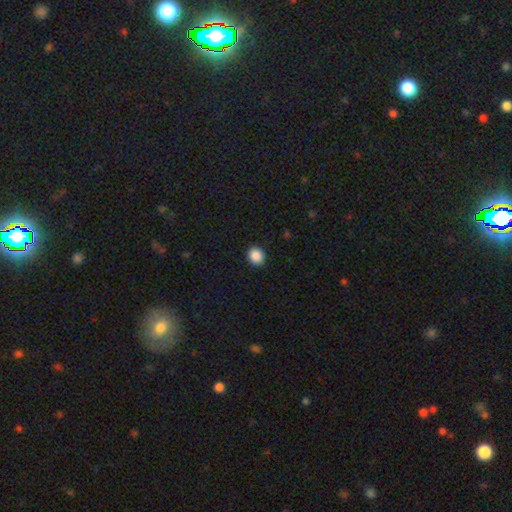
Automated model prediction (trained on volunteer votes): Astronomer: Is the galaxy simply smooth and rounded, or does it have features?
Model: smooth — 89%.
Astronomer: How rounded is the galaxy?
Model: round — 68%.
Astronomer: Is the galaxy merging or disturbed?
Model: none — 91%.